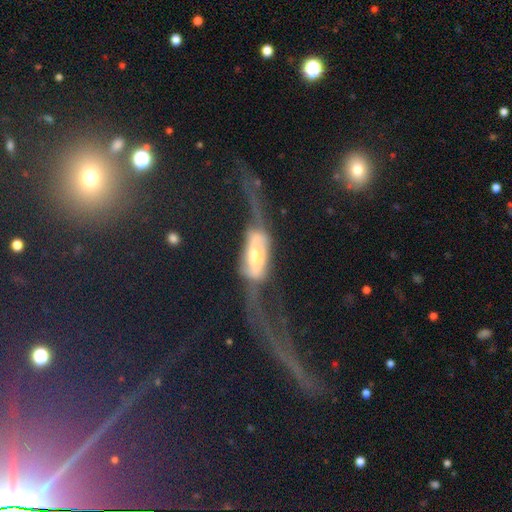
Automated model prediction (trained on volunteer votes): smooth-or-featured: featured or disk: 66% | smooth: 27% | star or artifact: 7%
  disk-edge-on: no: 74% | yes: 26%
  merging: major disturbance: 60% | none: 19% | minor disturbance: 13% | merger: 8%